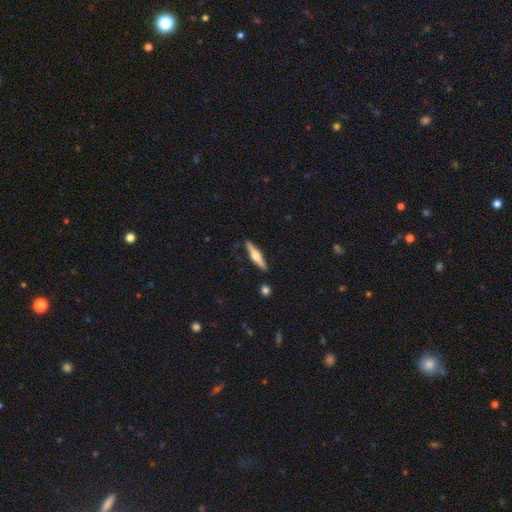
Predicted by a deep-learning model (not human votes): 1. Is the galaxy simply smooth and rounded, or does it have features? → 60% featured or disk, 35% smooth, 5% star or artifact.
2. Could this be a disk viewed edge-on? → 96% yes, 4% no.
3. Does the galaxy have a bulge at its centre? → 91% rounded, 6% boxy, 4% none.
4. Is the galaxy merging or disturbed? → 88% none, 8% minor disturbance, 2% merger, 2% major disturbance.